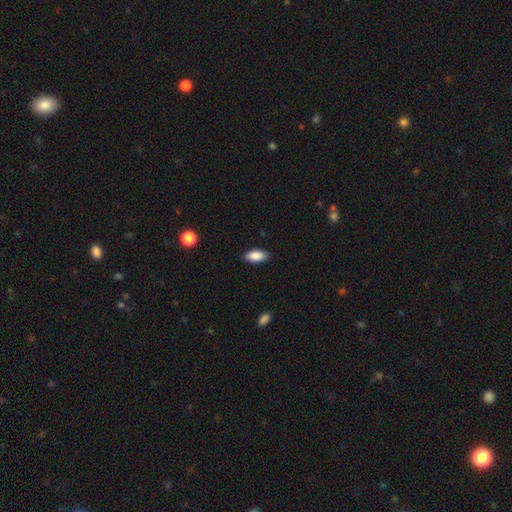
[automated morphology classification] smooth_or_featured: smooth (p=0.88) [alt: star or artifact p=0.07]
how_rounded: in between (p=0.91) [alt: cigar-shaped p=0.07]
merging: none (p=0.88) [alt: minor disturbance p=0.09]